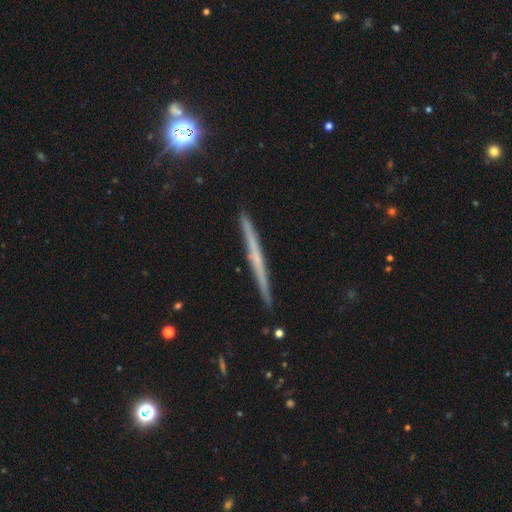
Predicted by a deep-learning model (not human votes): smooth-or-featured: featured or disk: 63% | smooth: 29% | star or artifact: 7%
  disk-edge-on: yes: 98% | no: 2%
    edge-on-bulge: none: 81% | rounded: 15% | boxy: 4%
  merging: none: 91% | minor disturbance: 7% | merger: 1% | major disturbance: 1%